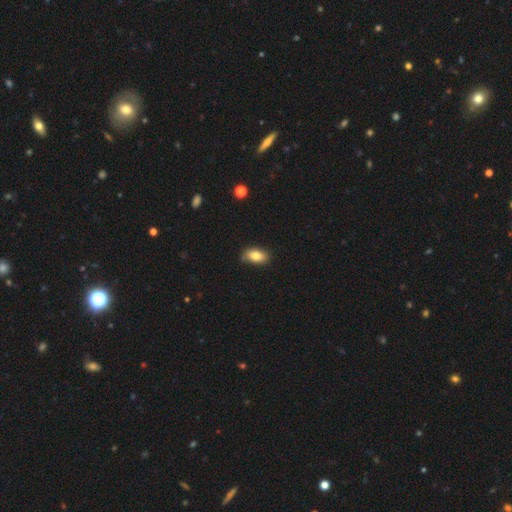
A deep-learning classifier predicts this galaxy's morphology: This is clearly a smooth galaxy (82%). How rounded: clearly in between (90%). Merging: likely none (72%).